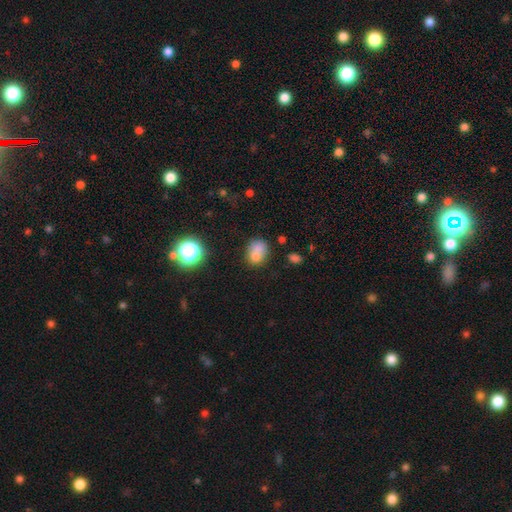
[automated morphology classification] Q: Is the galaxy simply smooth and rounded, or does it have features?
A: smooth — 71%.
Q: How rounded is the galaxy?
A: in between — 57%.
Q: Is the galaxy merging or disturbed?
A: none — 43%.